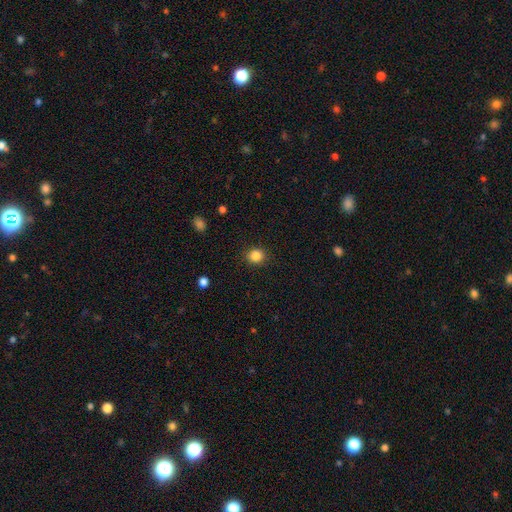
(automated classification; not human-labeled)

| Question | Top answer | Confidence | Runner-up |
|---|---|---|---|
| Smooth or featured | smooth | 85% | star or artifact (11%) |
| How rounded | round | 83% | in between (16%) |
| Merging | none | 90% | minor disturbance (7%) |